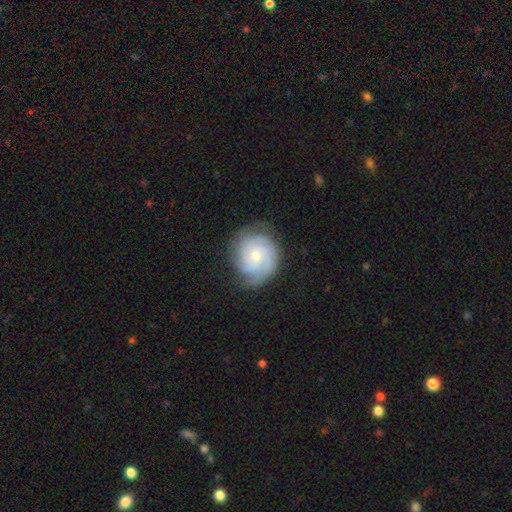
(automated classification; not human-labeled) smooth-or-featured: featured or disk: 83% | smooth: 11% | star or artifact: 6%
  disk-edge-on: no: 98% | yes: 2%
    bar: no: 75% | weak: 21% | strong: 3%
    has-spiral-arms: yes: 97% | no: 3%
      spiral-winding: tight: 70% | medium: 25% | loose: 5%
      spiral-arm-count: 3: 33% | can't tell: 22% | 4: 21% | 2: 12% | more than 4: 6% | 1: 6%
    bulge-size: small: 59% | moderate: 37% | large: 1% | none: 1% | dominant: 1%
  merging: none: 78% | minor disturbance: 16% | major disturbance: 5% | merger: 1%